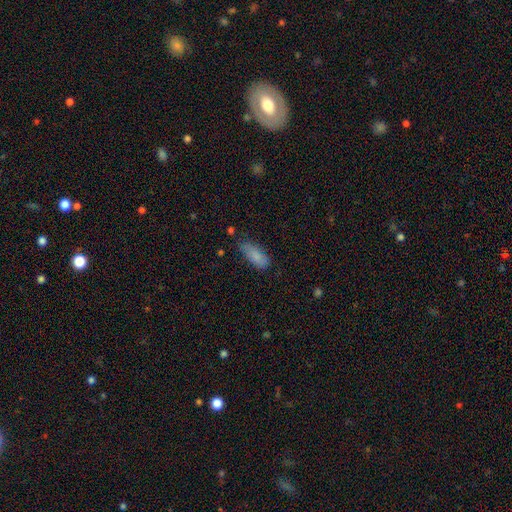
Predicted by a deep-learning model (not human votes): Smooth or featured: smooth — 84% (featured or disk — 9%)
How rounded: in between — 76% (cigar-shaped — 22%)
Merging: none — 59% (minor disturbance — 31%)